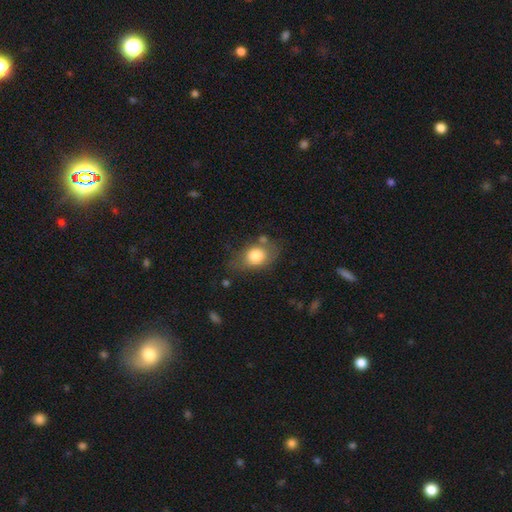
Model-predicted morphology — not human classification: The model was most divided on "merging": none: 52%, minor disturbance: 28%, major disturbance: 13%, merger: 7%. More confident: smooth or featured — smooth (76%); how rounded — in between (70%).